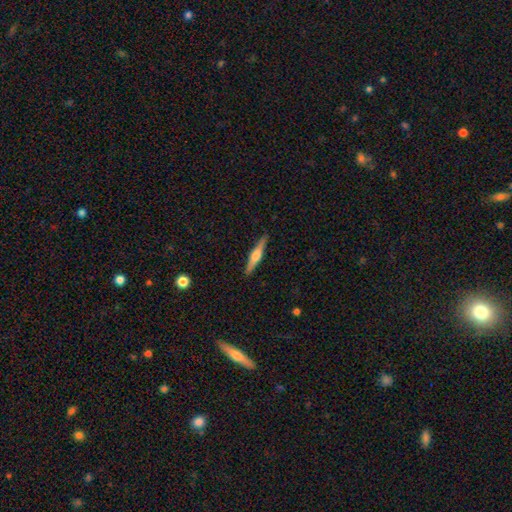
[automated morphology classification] This is likely a featured or disk galaxy (63%). It is clearly viewed edge-on (97%). Edge-on bulge: clearly rounded (90%). Merging: clearly none (91%).